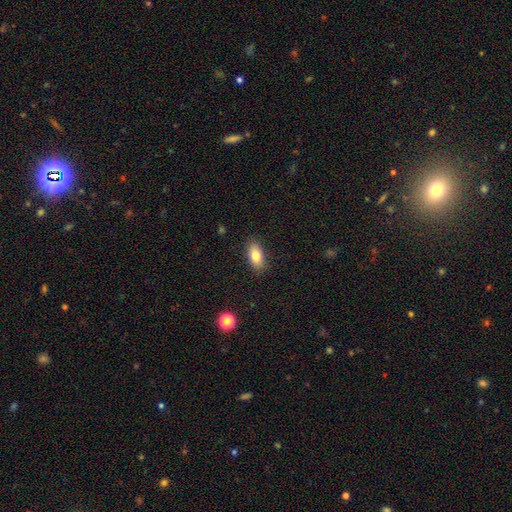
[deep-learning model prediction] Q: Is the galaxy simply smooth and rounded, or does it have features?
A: smooth — 81%.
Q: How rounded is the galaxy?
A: in between — 89%.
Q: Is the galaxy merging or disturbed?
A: none — 88%.